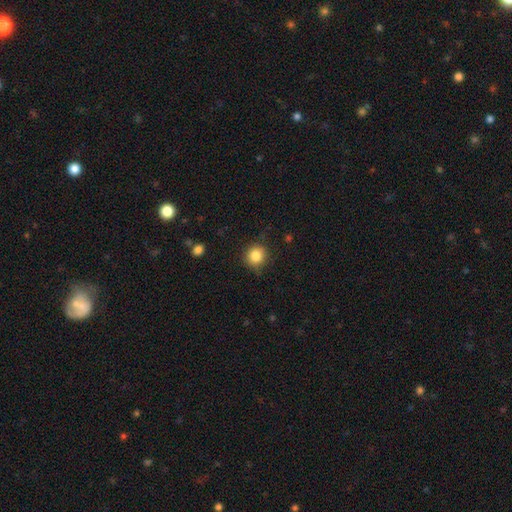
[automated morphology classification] Overall: smooth (85%). How rounded: round (89%). Merging: none (83%).